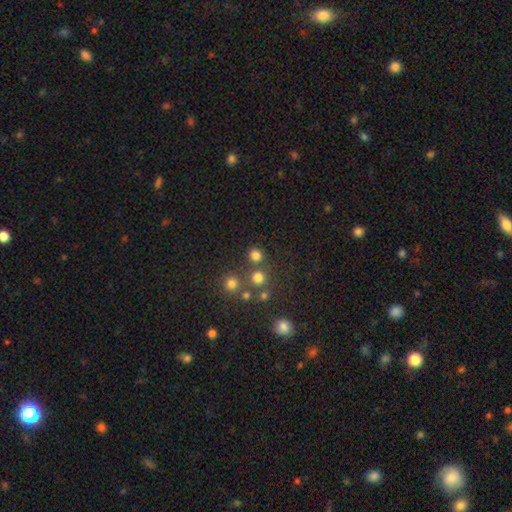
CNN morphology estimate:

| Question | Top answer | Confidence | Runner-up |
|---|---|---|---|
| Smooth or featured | smooth | 77% | star or artifact (17%) |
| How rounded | round | 87% | in between (12%) |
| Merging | none | 75% | merger (14%) |